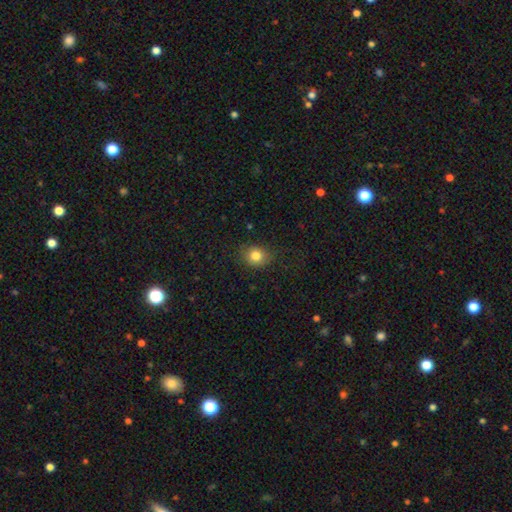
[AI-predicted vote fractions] Smooth or featured? smooth (82%)
How rounded? round (65%)
Merging? none (81%)